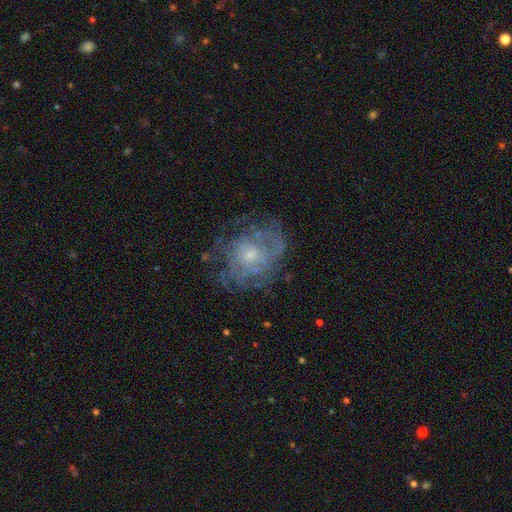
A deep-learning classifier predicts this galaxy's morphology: A featured or disk galaxy (62%) with no bar (77%), spiral arms (72%) and a small central bulge (58%). Merging: none (72%).